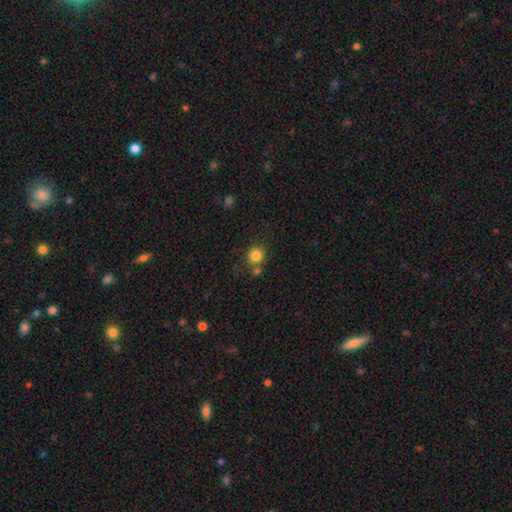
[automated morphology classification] smooth 83%, star or artifact 11%, featured or disk 6%. Down the decision tree: how rounded — round (89%); merging — none (69%).